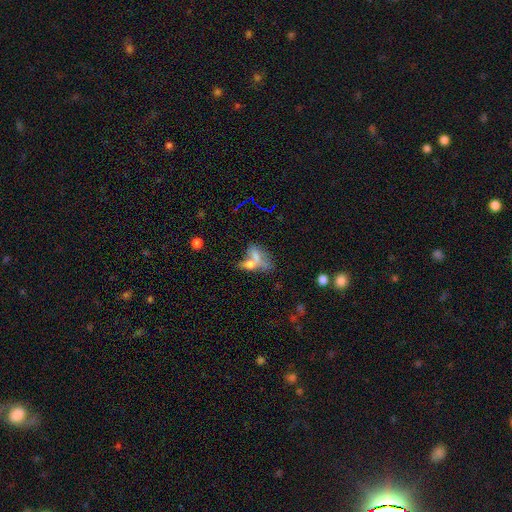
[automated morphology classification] type=smooth (59%); roundness=in between (70%); merging=merger (55%).